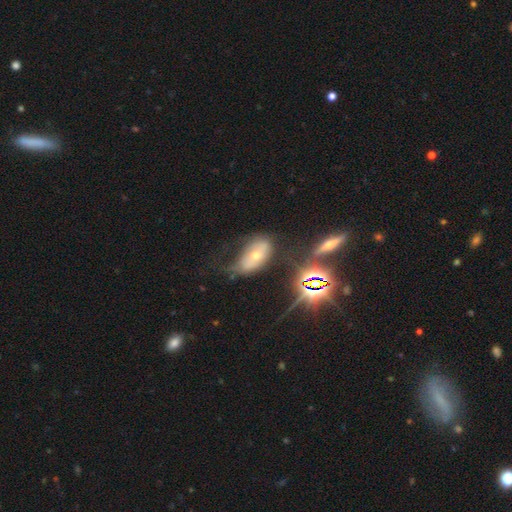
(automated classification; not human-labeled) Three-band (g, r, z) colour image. It shows a featured or disk galaxy (39%). Merging: none (38%).